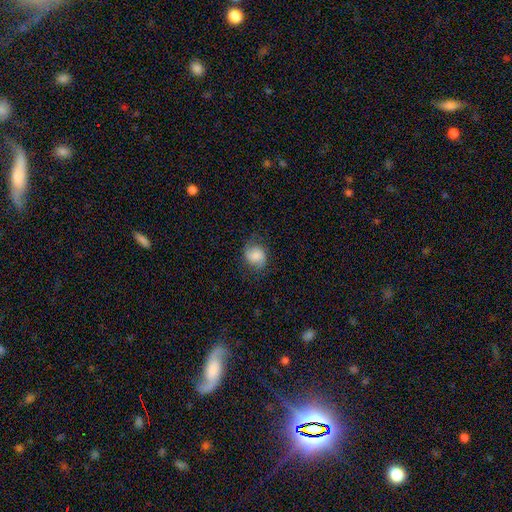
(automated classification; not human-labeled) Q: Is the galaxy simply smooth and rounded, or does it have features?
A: smooth — 70%.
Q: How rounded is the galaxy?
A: round — 60%.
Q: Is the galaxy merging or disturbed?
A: none — 69%.